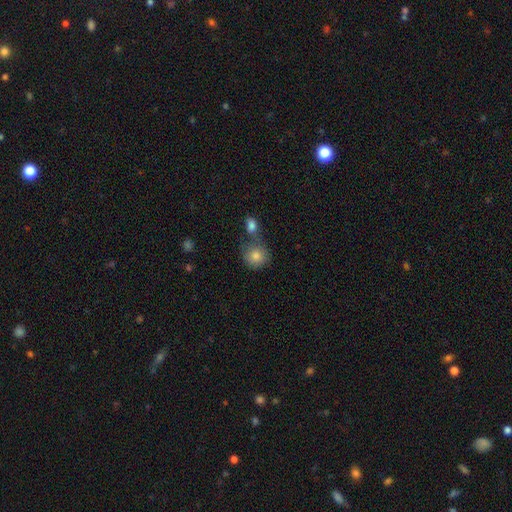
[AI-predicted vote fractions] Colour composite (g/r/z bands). It shows a smooth galaxy with no disk features (83%) that is round (84%). Merging: none (53%).